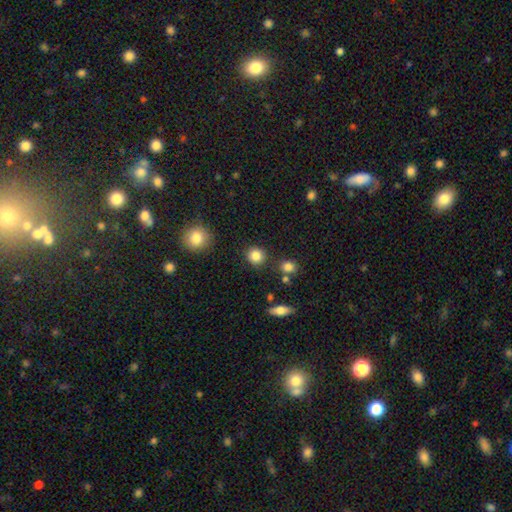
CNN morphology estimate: smooth-or-featured: smooth: 85% | star or artifact: 10% | featured or disk: 5%
  how-rounded: round: 89% | in between: 10% | cigar-shaped: 1%
  merging: none: 86% | minor disturbance: 8% | merger: 4% | major disturbance: 3%